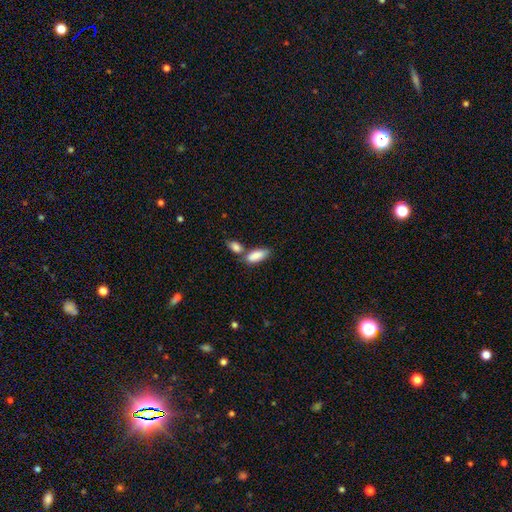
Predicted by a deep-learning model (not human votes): Smooth or featured: smooth — 87% (featured or disk — 7%)
How rounded: in between — 84% (cigar-shaped — 13%)
Merging: merger — 43% (none — 42%)